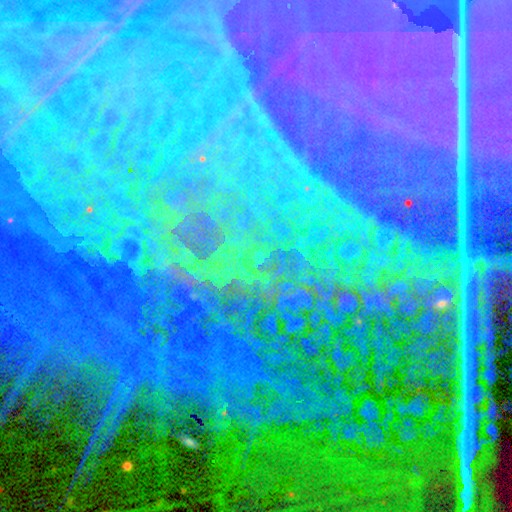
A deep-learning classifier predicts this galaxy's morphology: type=star or artifact (84%).